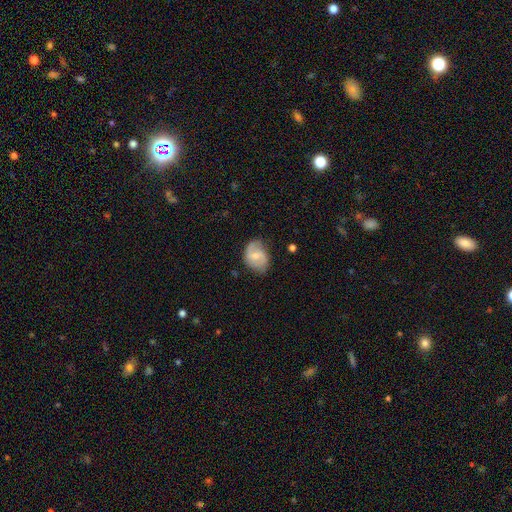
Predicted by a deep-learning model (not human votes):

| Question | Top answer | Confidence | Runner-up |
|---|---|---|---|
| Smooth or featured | featured or disk | 61% | smooth (33%) |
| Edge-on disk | no | 97% | yes (3%) |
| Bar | weak | 54% | no (33%) |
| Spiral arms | yes | 89% | no (11%) |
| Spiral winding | medium | 44% | loose (38%) |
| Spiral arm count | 2 | 82% | can't tell (9%) |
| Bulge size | small | 49% | moderate (38%) |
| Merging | none | 68% | minor disturbance (24%) |